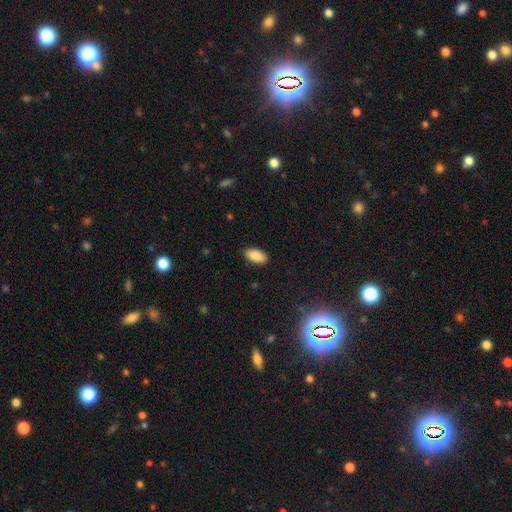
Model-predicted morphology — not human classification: A smooth galaxy with no disk features (88%) that is in between round and cigar-shaped (93%). Merging: none (88%).